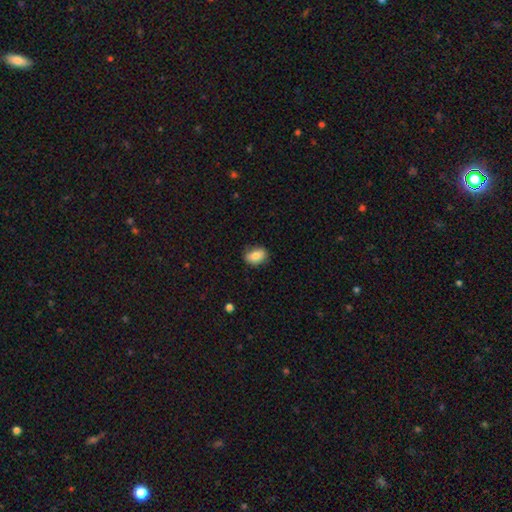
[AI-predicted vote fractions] A smooth galaxy with no disk features (84%) that is in between round and cigar-shaped (79%).

Vote fractions:
- Smooth or featured? smooth: 84% / featured or disk: 9% / star or artifact: 8%
- How rounded? in between: 79% / round: 19% / cigar-shaped: 1%
- Merging? none: 79% / minor disturbance: 17% / major disturbance: 3% / merger: 1%